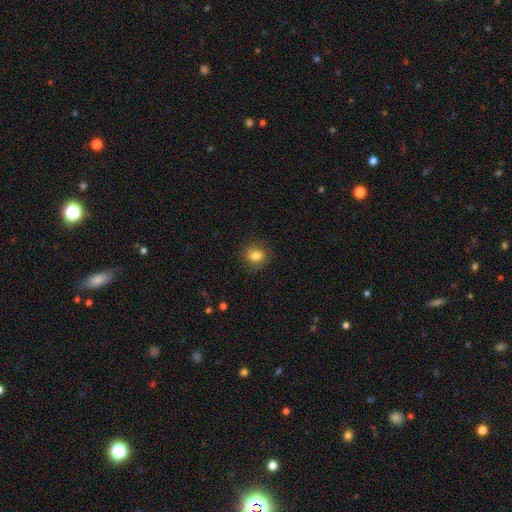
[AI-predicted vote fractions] Overall: smooth (82%). How rounded: round (70%). Merging: none (85%).